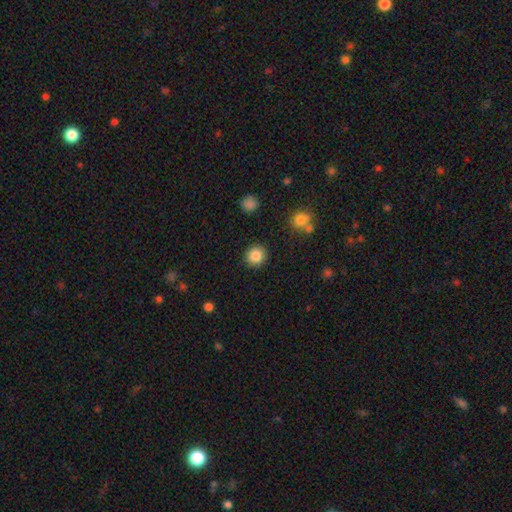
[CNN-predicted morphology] Overall: smooth (85%). How rounded: round (90%). Merging: none (90%).